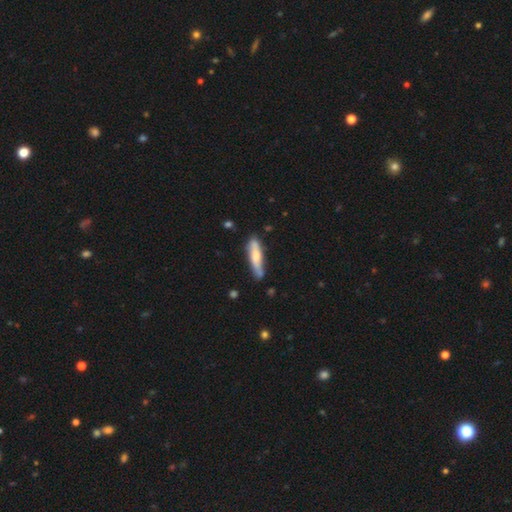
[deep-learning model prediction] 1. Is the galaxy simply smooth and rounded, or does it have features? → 60% smooth, 34% featured or disk, 5% star or artifact.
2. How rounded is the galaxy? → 79% cigar-shaped, 20% in between, 1% round.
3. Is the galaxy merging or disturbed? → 67% none, 23% minor disturbance, 6% merger, 5% major disturbance.